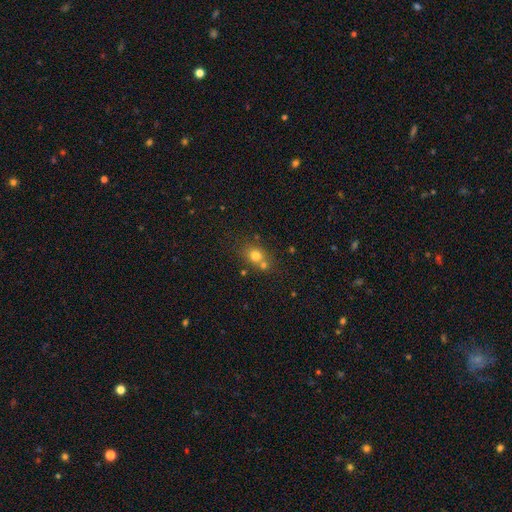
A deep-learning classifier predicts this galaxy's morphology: smooth-or-featured: smooth: 74% | star or artifact: 14% | featured or disk: 12%
  how-rounded: round: 66% | in between: 33% | cigar-shaped: 1%
  merging: none: 52% | merger: 34% | minor disturbance: 10% | major disturbance: 4%